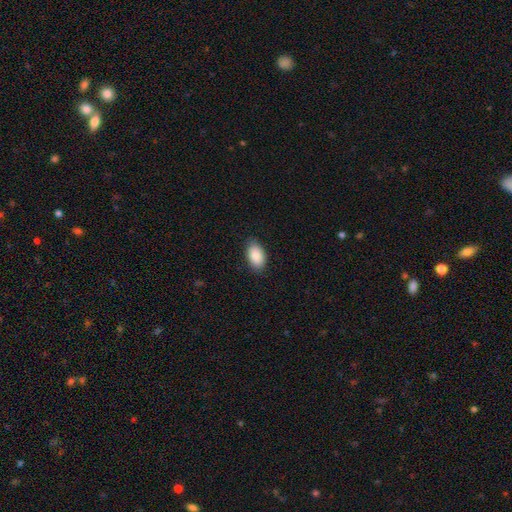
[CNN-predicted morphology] smooth-or-featured: smooth: 89% | star or artifact: 6% | featured or disk: 5%
  how-rounded: in between: 94% | round: 4% | cigar-shaped: 2%
  merging: none: 86% | minor disturbance: 10% | major disturbance: 2% | merger: 1%